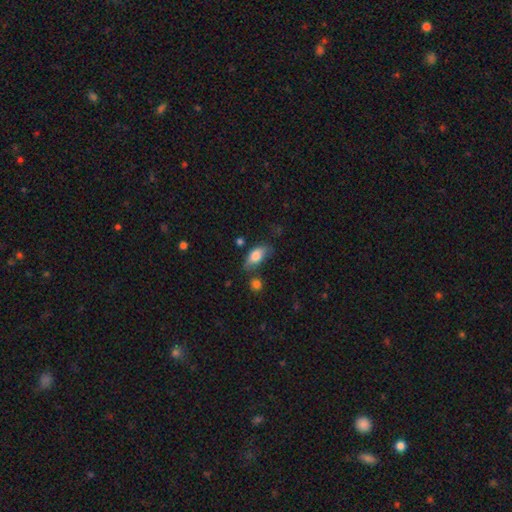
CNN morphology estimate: The model was most divided on "merging": none: 57%, minor disturbance: 27%, major disturbance: 8%, merger: 7%. More confident: how rounded — in between (87%); smooth or featured — smooth (79%).